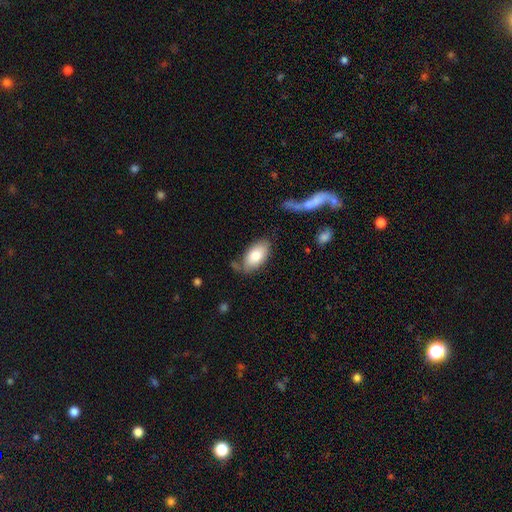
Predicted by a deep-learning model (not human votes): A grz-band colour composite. It shows a smooth galaxy with no disk features (76%) that is in between round and cigar-shaped (94%). Merging: none (64%).